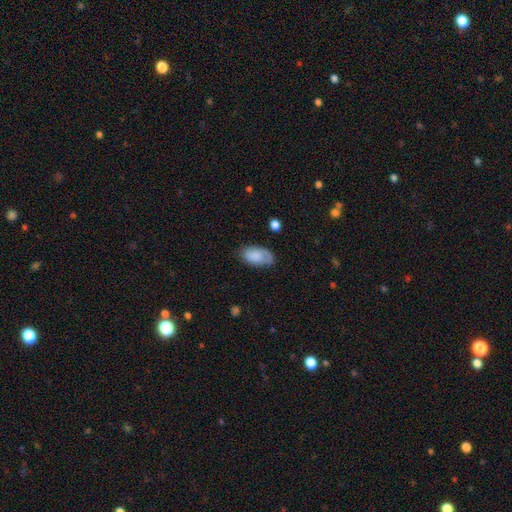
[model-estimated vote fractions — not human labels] Morphology: type=smooth (77%); roundness=in between (94%); merging=none (66%).